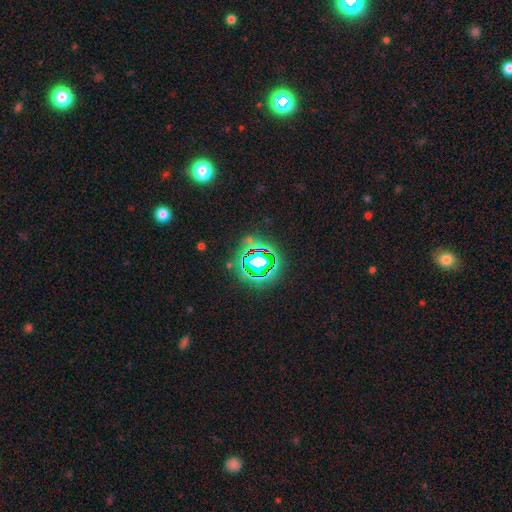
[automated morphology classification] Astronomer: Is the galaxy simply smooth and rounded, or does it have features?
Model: star or artifact — 77%.